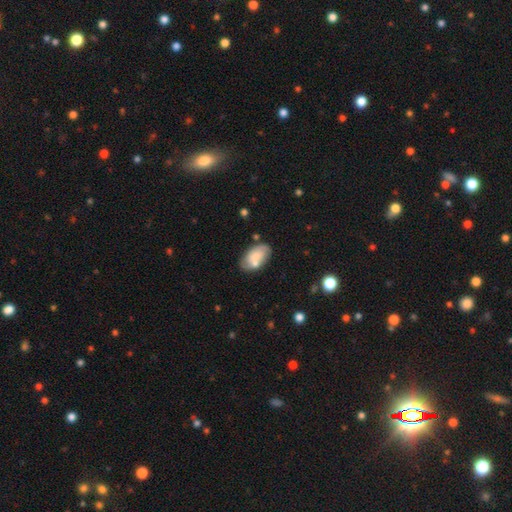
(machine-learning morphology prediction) Q: Smooth or featured?
A: smooth (59%); runner-up: featured or disk (34%)
Q: How rounded?
A: in between (92%); runner-up: round (5%)
Q: Merging?
A: none (58%); runner-up: minor disturbance (20%)